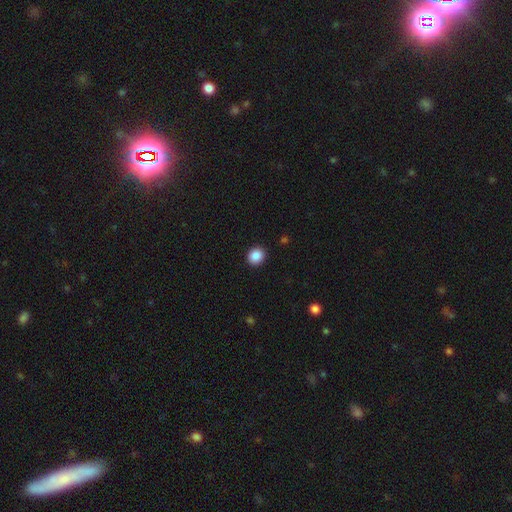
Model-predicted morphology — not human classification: The model was most divided on "how rounded": round: 78%, in between: 21%, cigar-shaped: 1%. More confident: merging — none (92%); smooth or featured — smooth (88%).